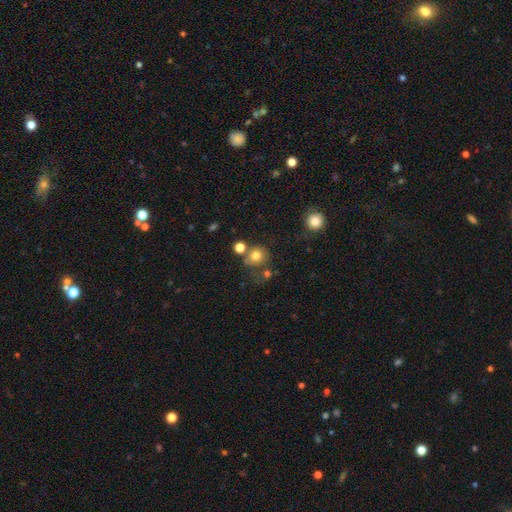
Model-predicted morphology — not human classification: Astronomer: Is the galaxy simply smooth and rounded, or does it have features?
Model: smooth — 75%.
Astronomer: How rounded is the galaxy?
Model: round — 86%.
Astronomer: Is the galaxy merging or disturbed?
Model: none — 62%.